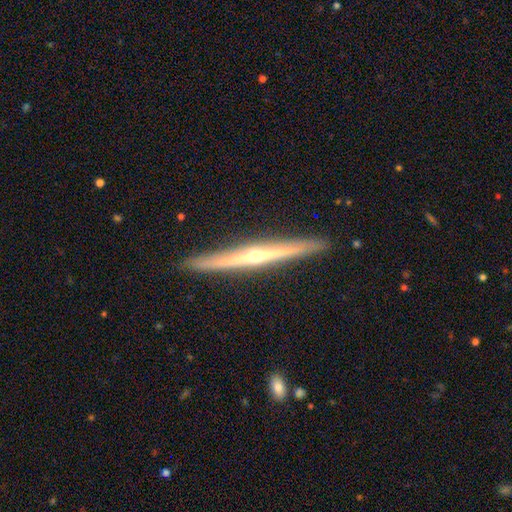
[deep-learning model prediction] This appears to be a featured or disk galaxy (82%) viewed edge-on (98%) with a rounded central bulge (86%). Merging: none (92%).